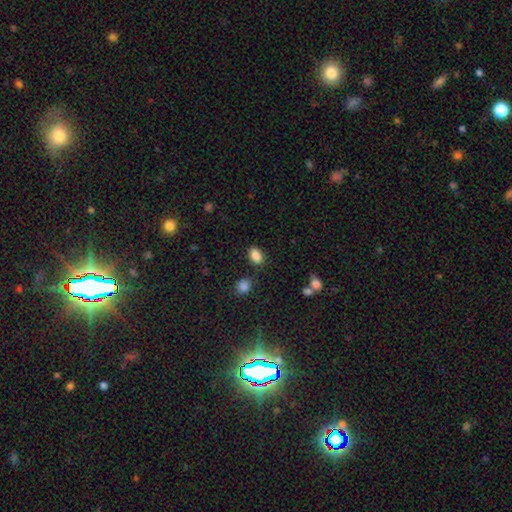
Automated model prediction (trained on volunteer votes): A smooth galaxy with no disk features (86%) that is in between round and cigar-shaped (82%).

Vote fractions:
- Smooth or featured? smooth: 86% / star or artifact: 10% / featured or disk: 4%
- How rounded? in between: 82% / round: 17% / cigar-shaped: 1%
- Merging? none: 78% / minor disturbance: 13% / merger: 5% / major disturbance: 4%